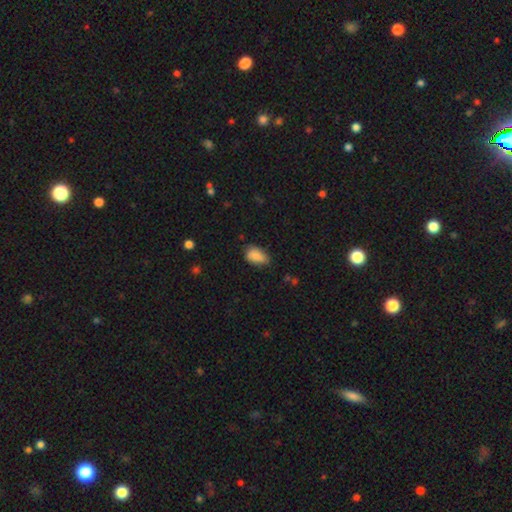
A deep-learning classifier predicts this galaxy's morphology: smooth-or-featured: smooth: 86% | star or artifact: 8% | featured or disk: 5%
  how-rounded: in between: 89% | round: 9% | cigar-shaped: 2%
  merging: none: 58% | minor disturbance: 34% | major disturbance: 6% | merger: 2%